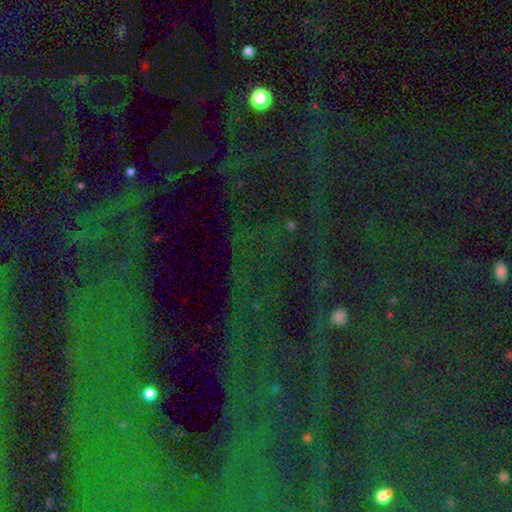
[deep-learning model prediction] Smooth or featured? star or artifact (83%)